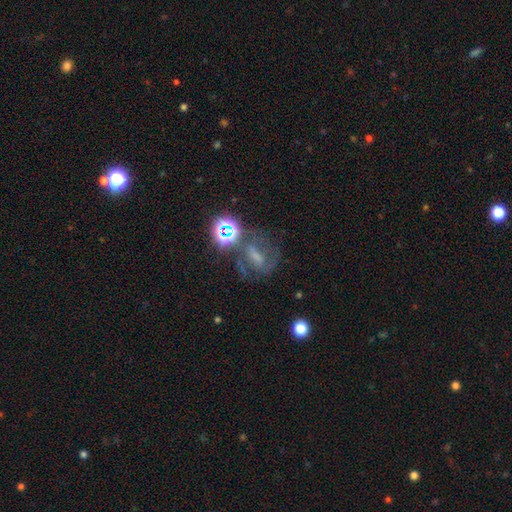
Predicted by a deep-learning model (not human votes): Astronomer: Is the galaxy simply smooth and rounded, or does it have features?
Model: featured or disk — 35% (runner-up: star or artifact, 33%).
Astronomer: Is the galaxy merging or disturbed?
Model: none — 46% (runner-up: major disturbance, 23%).